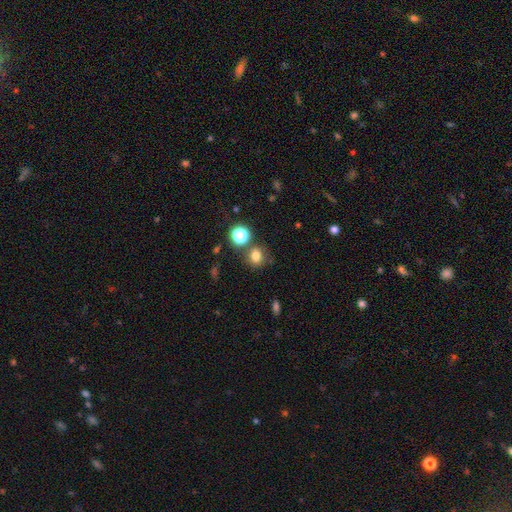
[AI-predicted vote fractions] Morphology: type=smooth (75%); roundness=round (78%); merging=none (74%).